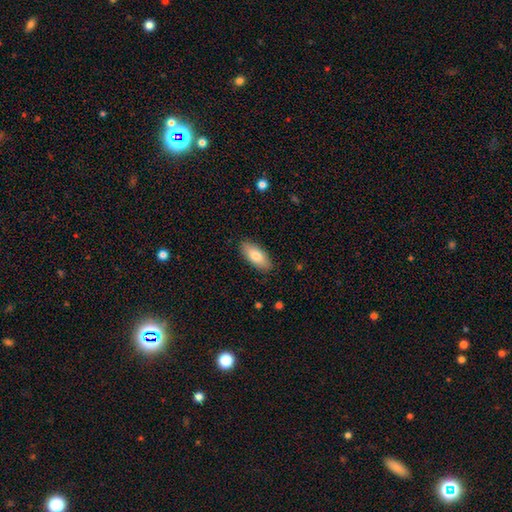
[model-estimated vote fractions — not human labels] Morphology: type=smooth (79%); roundness=in between (84%); merging=none (88%).